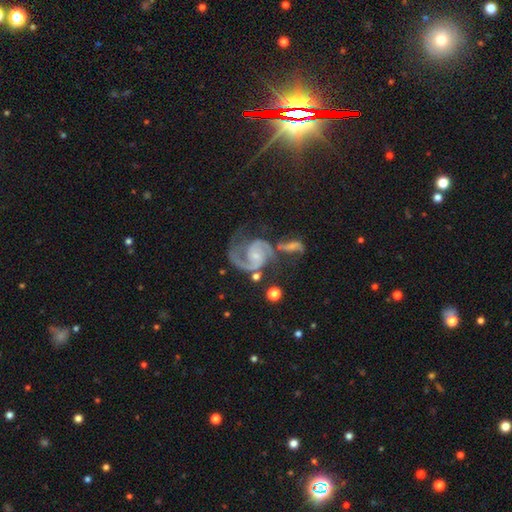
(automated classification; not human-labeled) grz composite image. It shows a featured or disk galaxy (90%) with no bar (63%), 2 (84%) medium (55%) spiral arms (98%) and a small central bulge (67%). Merging: none (40%).